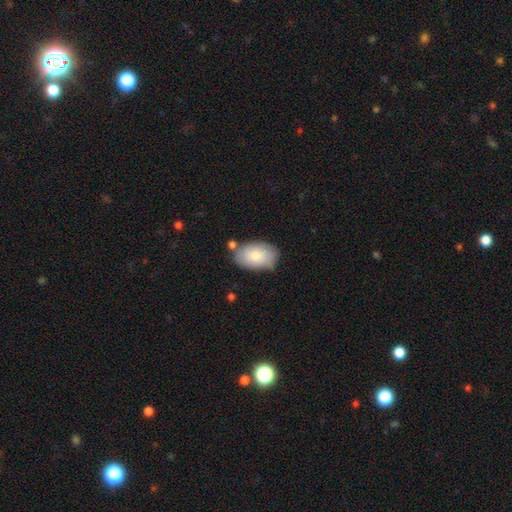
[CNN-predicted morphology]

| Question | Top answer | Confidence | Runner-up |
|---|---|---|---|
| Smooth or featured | smooth | 80% | featured or disk (14%) |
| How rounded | in between | 93% | round (6%) |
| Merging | none | 67% | minor disturbance (20%) |